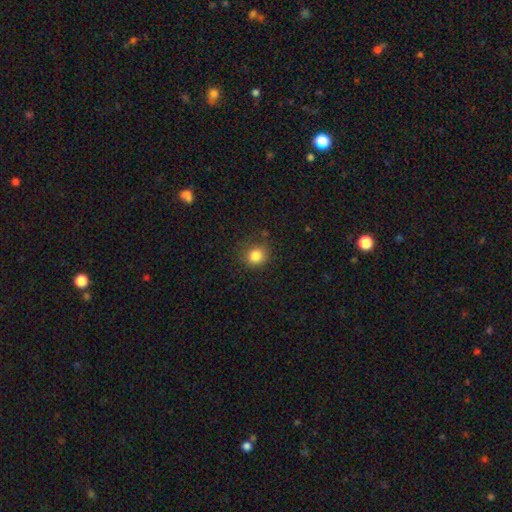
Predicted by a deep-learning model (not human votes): smooth_or_featured: smooth (p=0.83) [alt: star or artifact p=0.12]
how_rounded: round (p=0.83) [alt: in between p=0.16]
merging: none (p=0.83) [alt: minor disturbance p=0.12]